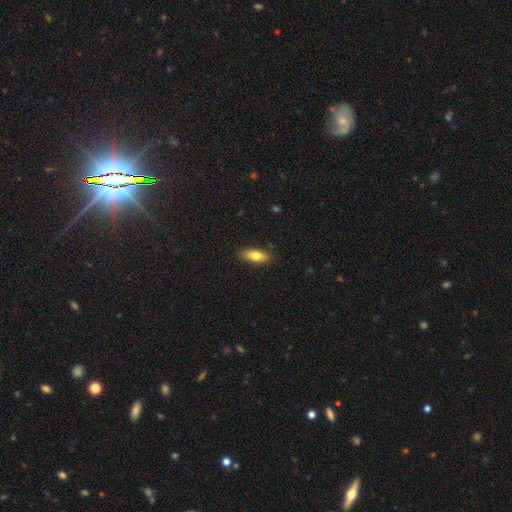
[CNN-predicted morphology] This is likely a smooth galaxy (74%). How rounded: likely in between (72%). Merging: clearly none (87%).